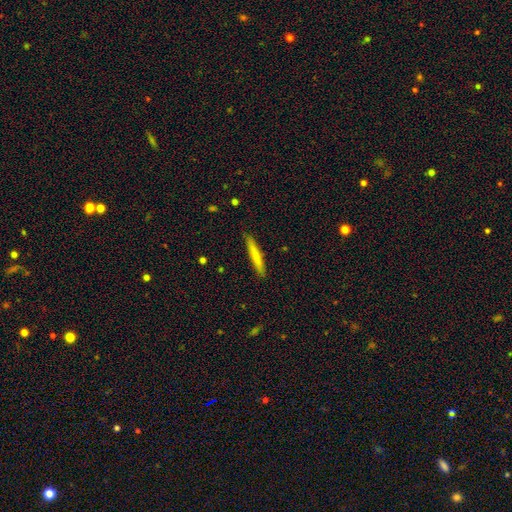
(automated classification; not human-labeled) smooth-or-featured: smooth: 73% | featured or disk: 21% | star or artifact: 6%
  how-rounded: cigar-shaped: 95% | in between: 4% | round: 1%
  merging: none: 88% | minor disturbance: 9% | major disturbance: 2% | merger: 1%